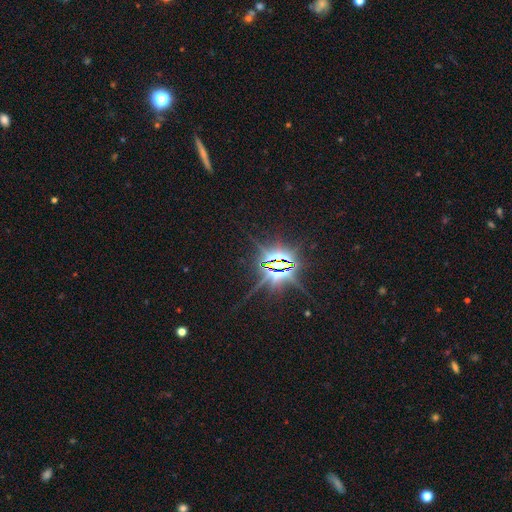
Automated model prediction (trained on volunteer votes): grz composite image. It shows a star or artifact, not a galaxy (81%).